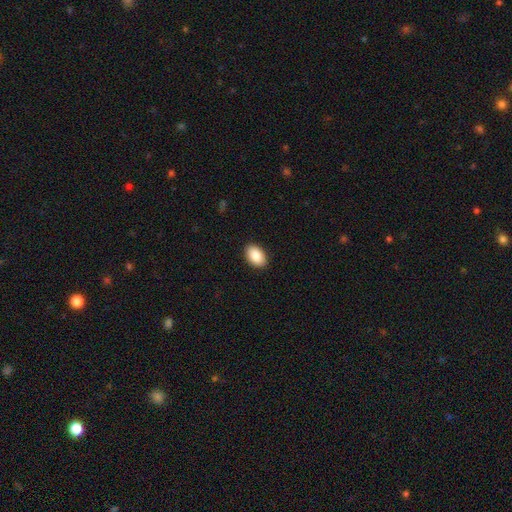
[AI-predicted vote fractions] Overall: smooth (88%). How rounded: in between (91%). Merging: none (90%).